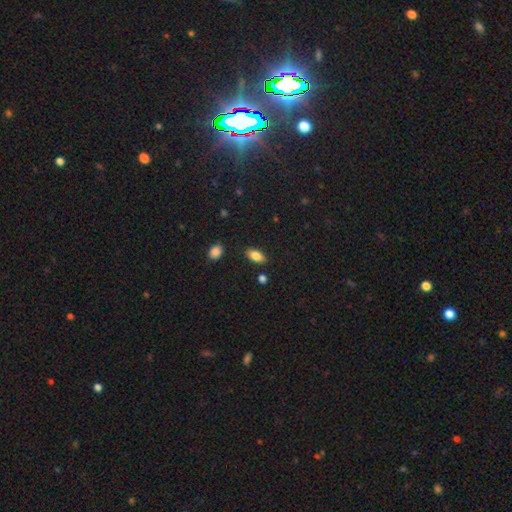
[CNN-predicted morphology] This is clearly a smooth galaxy (82%). How rounded: clearly in between (89%). Merging: clearly none (85%).